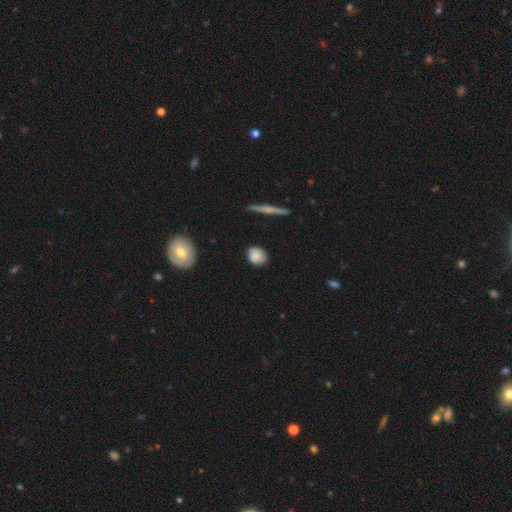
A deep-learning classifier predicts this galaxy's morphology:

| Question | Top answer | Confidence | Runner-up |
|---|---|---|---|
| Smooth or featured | smooth | 78% | featured or disk (14%) |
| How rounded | round | 61% | in between (36%) |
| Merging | none | 78% | minor disturbance (17%) |